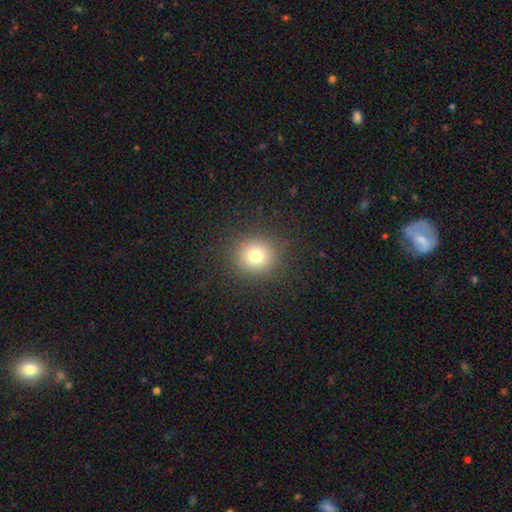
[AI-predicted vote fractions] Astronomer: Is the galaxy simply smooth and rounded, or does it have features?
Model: smooth — 75%.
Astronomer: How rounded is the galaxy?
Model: round — 89%.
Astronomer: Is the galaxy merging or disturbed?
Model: none — 89%.